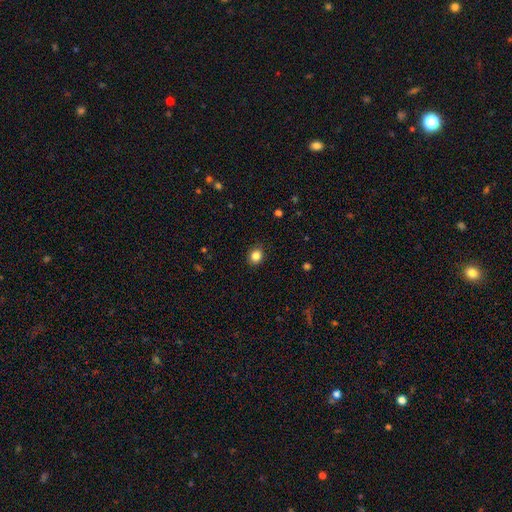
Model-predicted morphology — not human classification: smooth 84%, star or artifact 11%, featured or disk 5%. Down the decision tree: how rounded — round (70%); merging — none (88%).